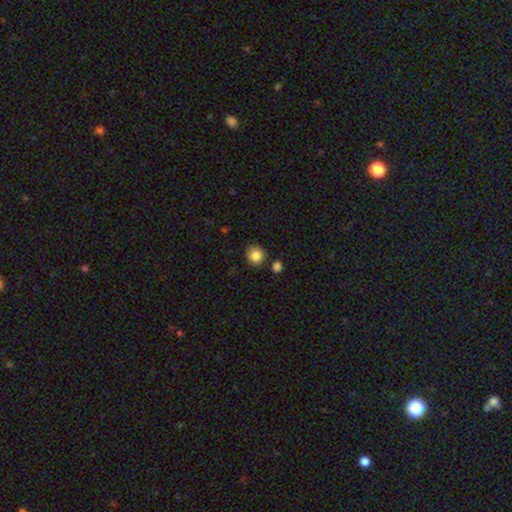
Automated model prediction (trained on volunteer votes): Morphology: type=smooth (86%); roundness=round (86%); merging=none (81%).